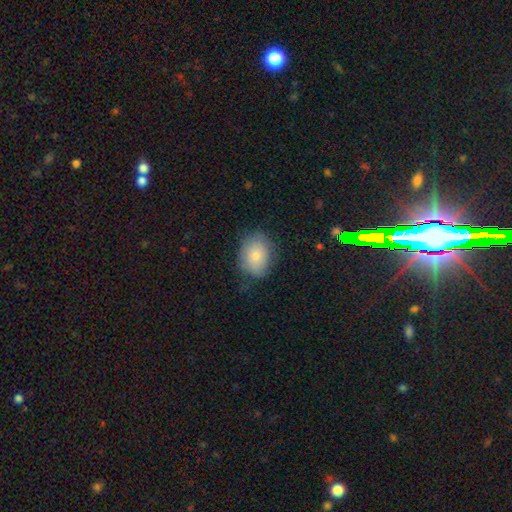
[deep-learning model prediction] Overall: smooth (79%). How rounded: in between (64%; round 35%). Merging: none (72%).